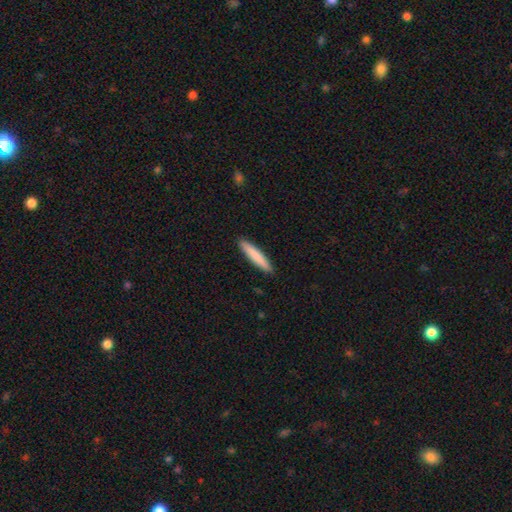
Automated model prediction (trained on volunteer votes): A smooth galaxy with no disk features (82%) that is cigar-shaped (92%). Merging: none (92%).